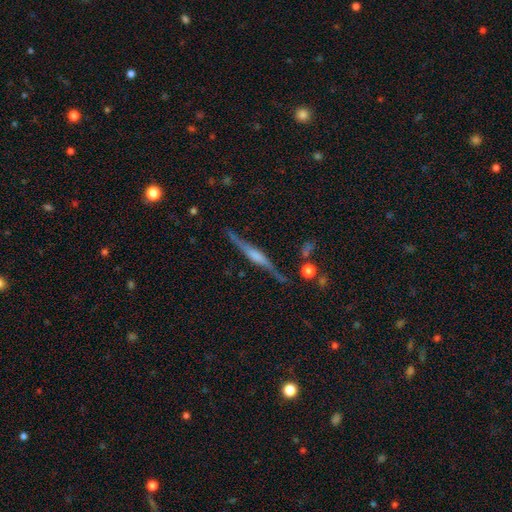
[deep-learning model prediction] Smooth or featured? featured or disk (78%)
Edge-on disk? yes (94%)
Edge-on bulge? rounded (44%)
Merging? none (77%)